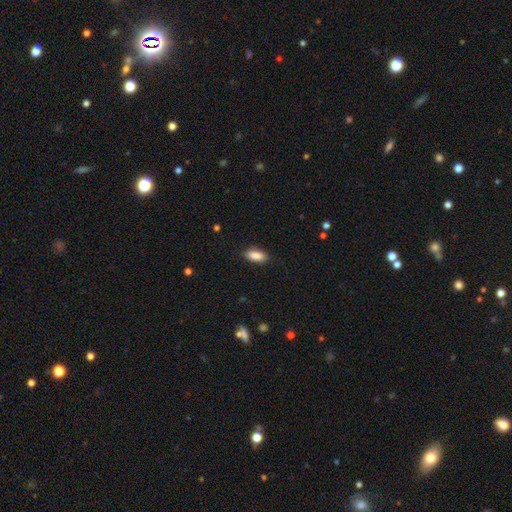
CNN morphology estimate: smooth-or-featured: smooth: 89% | star or artifact: 7% | featured or disk: 5%
  how-rounded: in between: 85% | cigar-shaped: 13% | round: 2%
  merging: none: 86% | minor disturbance: 10% | major disturbance: 2% | merger: 1%